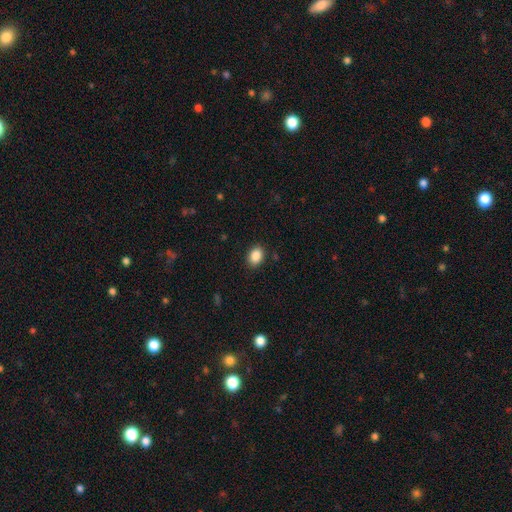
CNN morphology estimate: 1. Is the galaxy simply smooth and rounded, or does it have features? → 88% smooth, 8% star or artifact, 4% featured or disk.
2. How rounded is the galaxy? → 71% in between, 28% round, 1% cigar-shaped.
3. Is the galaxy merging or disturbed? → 88% none, 8% minor disturbance, 2% major disturbance, 1% merger.